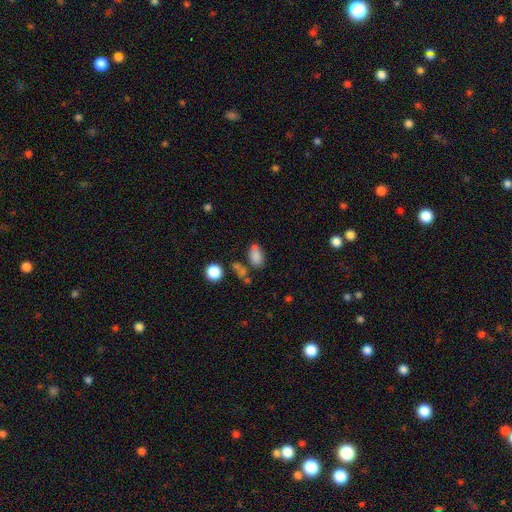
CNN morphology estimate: Overall: smooth (80%). How rounded: in between (88%). Merging: none (58%; minor disturbance 19%).